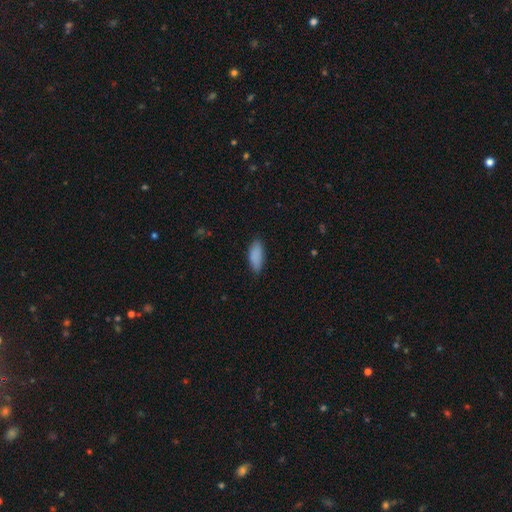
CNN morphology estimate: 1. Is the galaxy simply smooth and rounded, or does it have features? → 88% smooth, 7% star or artifact, 5% featured or disk.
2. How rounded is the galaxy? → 80% in between, 18% cigar-shaped, 2% round.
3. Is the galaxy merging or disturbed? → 81% none, 15% minor disturbance, 3% major disturbance, 1% merger.